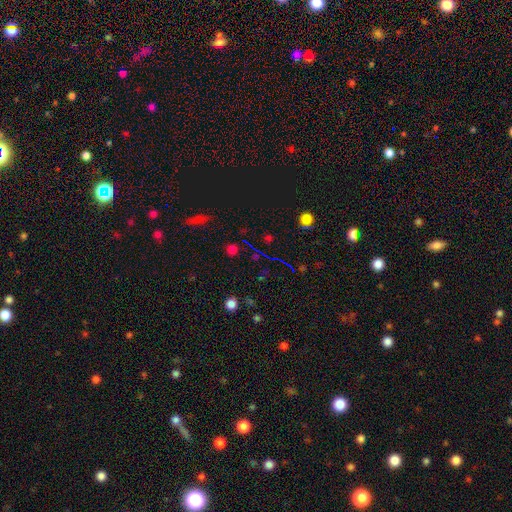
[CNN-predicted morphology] This is possibly a star or artifact rather than a galaxy (59%).